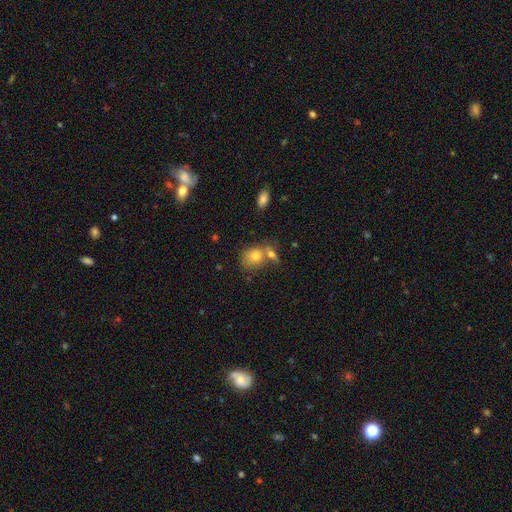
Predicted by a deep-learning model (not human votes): This is likely a smooth galaxy (76%). How rounded: possibly in between (50%). Merging: marginally none (41%).